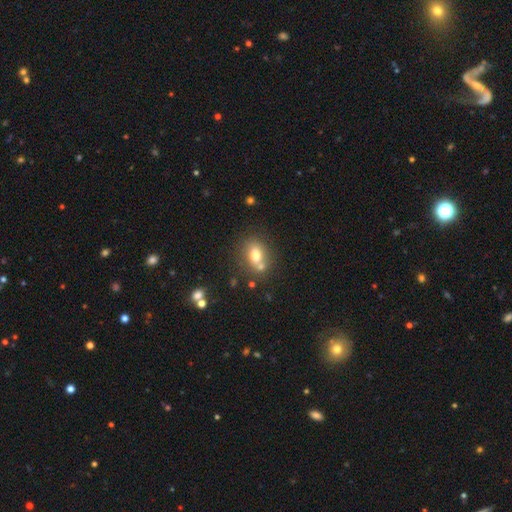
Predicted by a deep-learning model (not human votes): Q: Smooth or featured?
A: smooth (72%); runner-up: featured or disk (17%)
Q: How rounded?
A: in between (64%); runner-up: round (33%)
Q: Merging?
A: none (56%); runner-up: merger (26%)